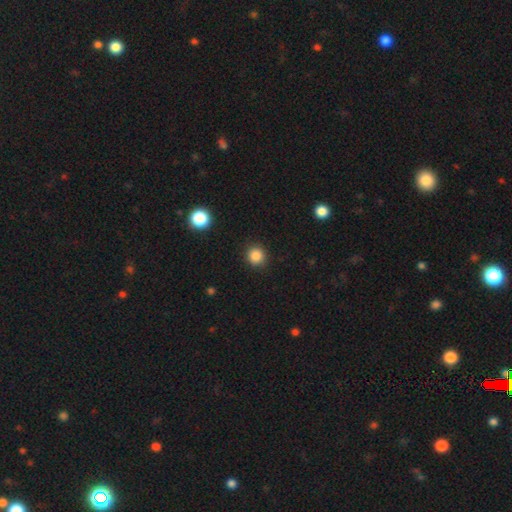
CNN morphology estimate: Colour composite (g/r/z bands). It shows a smooth galaxy with no disk features (85%) that is round (93%). Merging: none (91%).